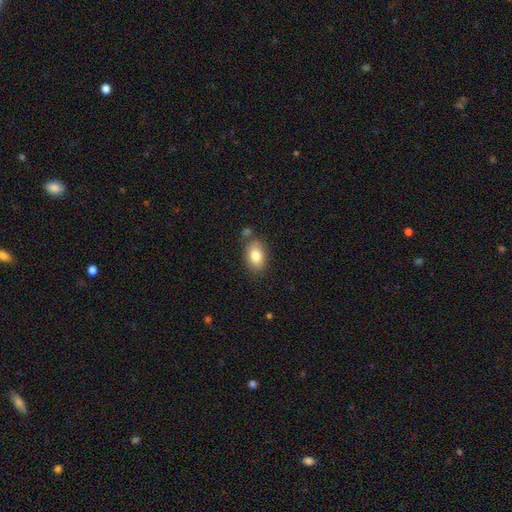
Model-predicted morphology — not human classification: Q: Smooth or featured?
A: smooth (83%); runner-up: featured or disk (9%)
Q: How rounded?
A: in between (87%); runner-up: round (12%)
Q: Merging?
A: none (75%); runner-up: minor disturbance (14%)